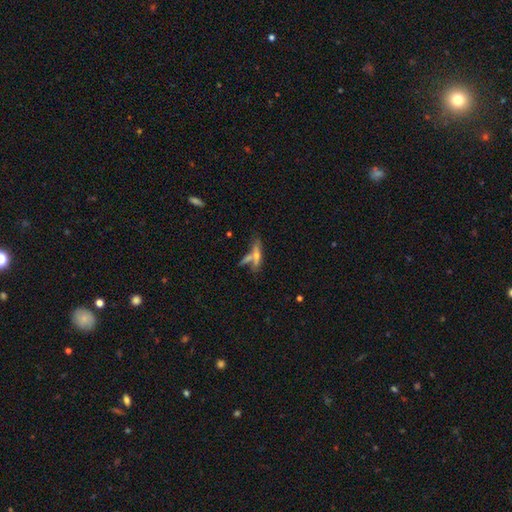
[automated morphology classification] Smooth or featured: featured or disk — 48% (smooth — 41%)
Merging: none — 42% (merger — 37%)